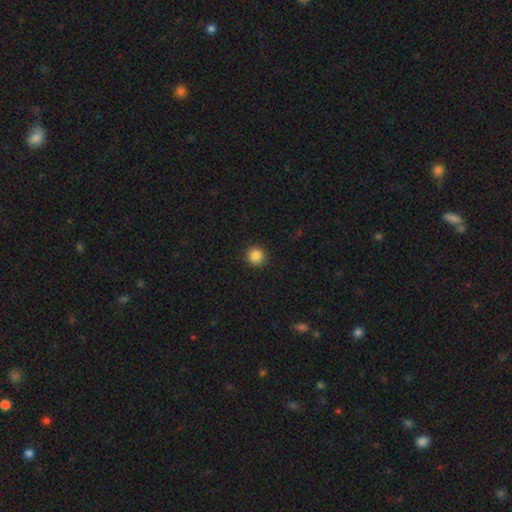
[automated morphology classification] Smooth or featured? Predicted: smooth (p=0.85). How rounded? Predicted: round (p=0.95). Merging? Predicted: none (p=0.93).